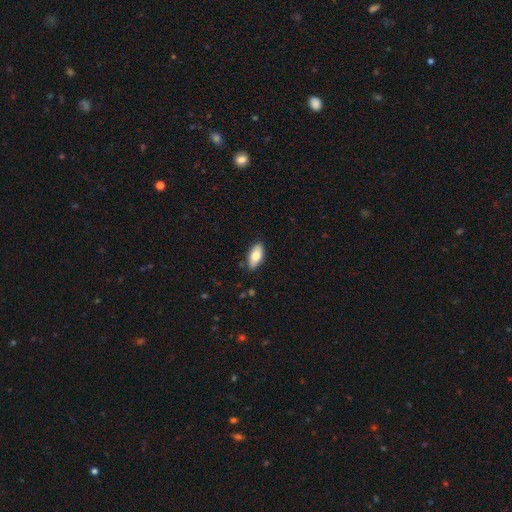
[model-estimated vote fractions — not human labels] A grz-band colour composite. It shows a smooth galaxy with no disk features (79%) that is in between round and cigar-shaped (91%). Merging: none (86%).